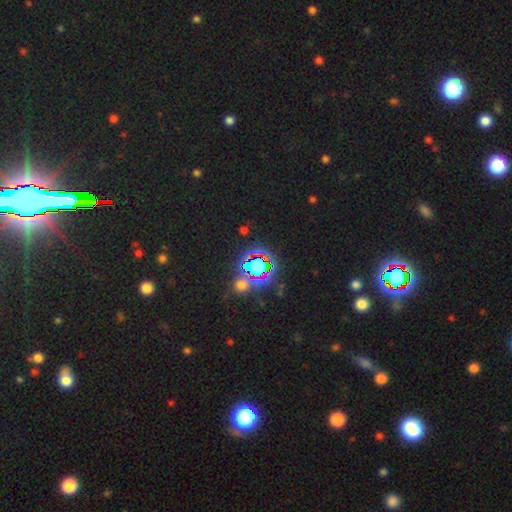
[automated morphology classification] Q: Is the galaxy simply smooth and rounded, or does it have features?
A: star or artifact — 71%.